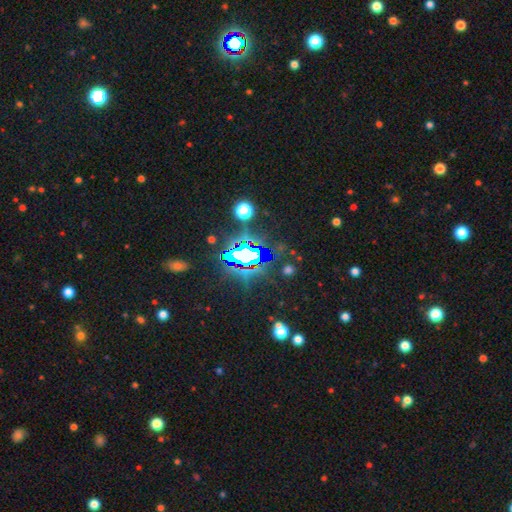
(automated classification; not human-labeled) Smooth or featured?
  - star or artifact: 83% *
  - smooth: 9%
  - featured or disk: 8%